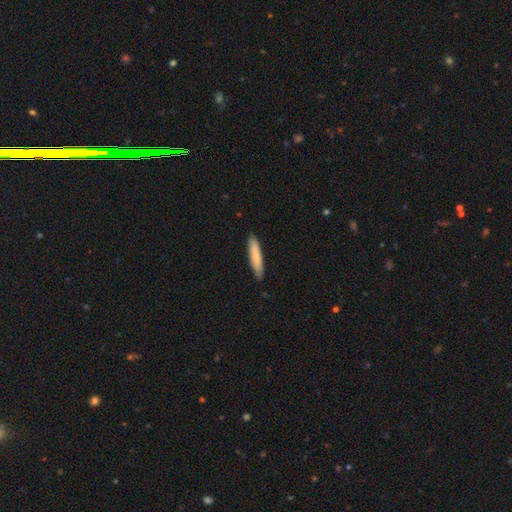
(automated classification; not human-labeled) This appears to be a smooth galaxy with no disk features (77%) that is cigar-shaped (87%). Merging: none (88%).